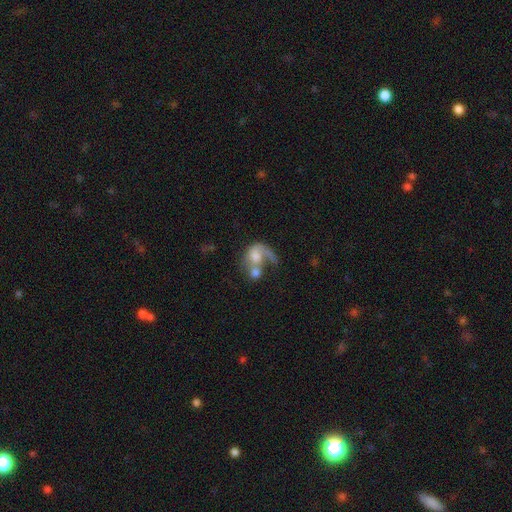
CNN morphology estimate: A featured or disk galaxy (55%) with no bar (73%), spiral arms (69%) and a moderate central bulge (51%).

Vote fractions:
- Smooth or featured? featured or disk: 55% / smooth: 37% / star or artifact: 8%
- Edge-on disk? no: 97% / yes: 3%
- Bar? no: 73% / weak: 22% / strong: 5%
- Spiral arms? yes: 69% / no: 31%
- Bulge size? moderate: 51% / small: 22% / large: 14% / none: 9% / dominant: 3%
- Merging? merger: 51% / major disturbance: 25% / none: 15% / minor disturbance: 9%